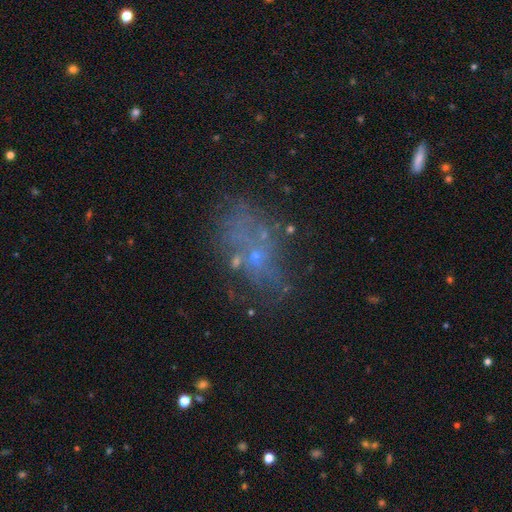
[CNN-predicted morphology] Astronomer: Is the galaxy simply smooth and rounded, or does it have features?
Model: featured or disk — 45% (runner-up: smooth, 28%).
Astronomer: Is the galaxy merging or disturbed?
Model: none — 49%.